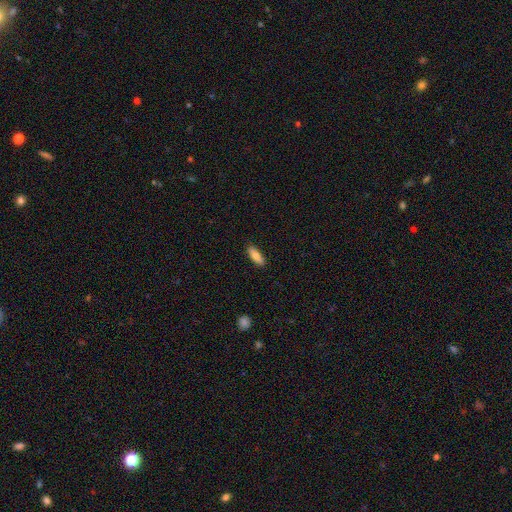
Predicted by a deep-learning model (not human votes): This is likely a smooth galaxy (77%). How rounded: possibly in between (53%). Merging: clearly none (89%).